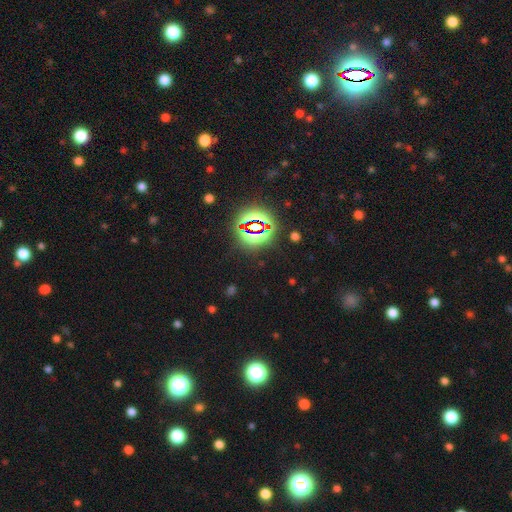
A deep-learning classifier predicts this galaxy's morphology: type=star or artifact (80%).